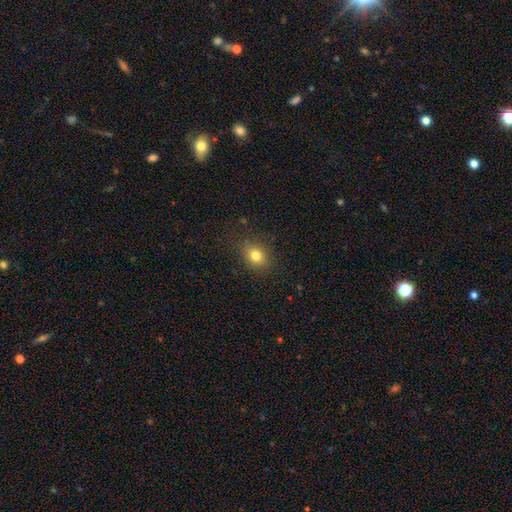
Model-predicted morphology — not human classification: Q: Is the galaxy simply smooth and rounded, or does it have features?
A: smooth — 79%.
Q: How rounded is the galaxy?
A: in between — 50%.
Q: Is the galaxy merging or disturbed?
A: none — 82%.